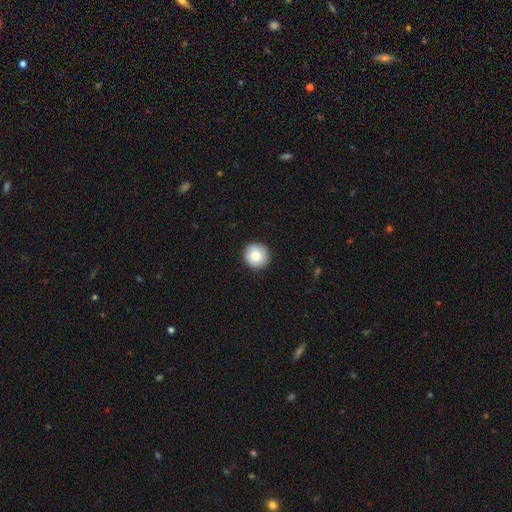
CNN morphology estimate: Smooth or featured? Predicted: smooth (p=0.85). How rounded? Predicted: round (p=0.95). Merging? Predicted: none (p=0.90).